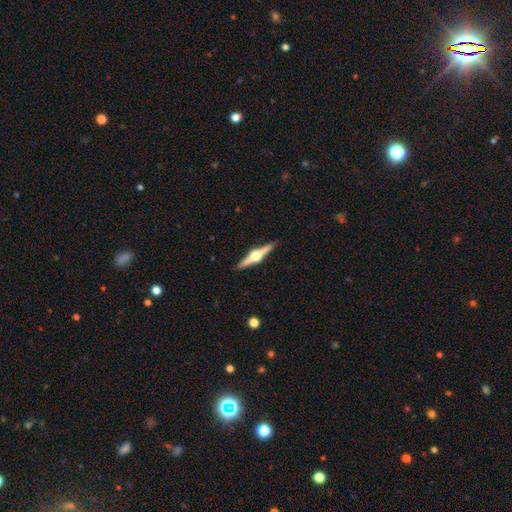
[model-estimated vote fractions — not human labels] Overall: featured or disk (83%). Edge-on disk: yes (98%). Edge-on bulge: rounded (96%). Merging: none (91%).